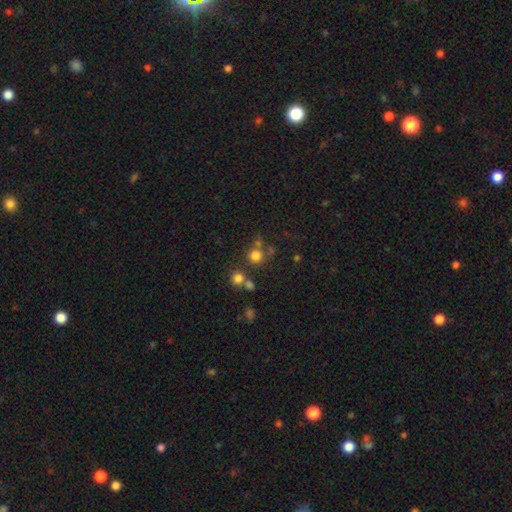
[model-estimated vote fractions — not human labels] The model was most divided on "merging": none: 65%, merger: 21%, minor disturbance: 9%, major disturbance: 5%. More confident: how rounded — round (91%); smooth or featured — smooth (74%).